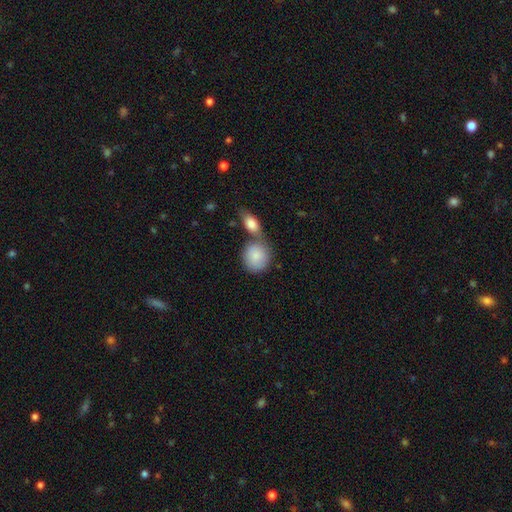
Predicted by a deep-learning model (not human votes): A smooth galaxy with no disk features (85%) that is round (74%). Merging: none (45%).